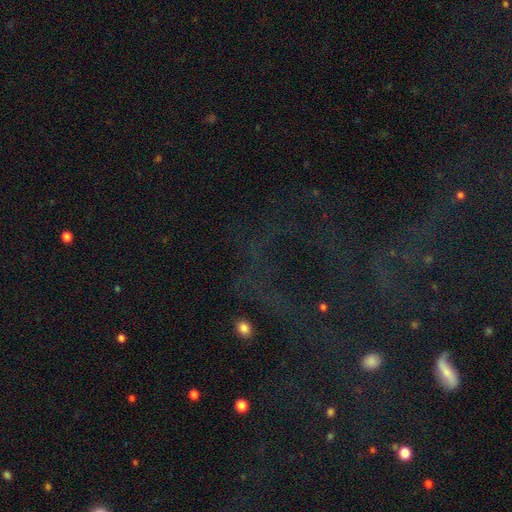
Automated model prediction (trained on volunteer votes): Smooth or featured? Predicted: star or artifact (p=0.77).